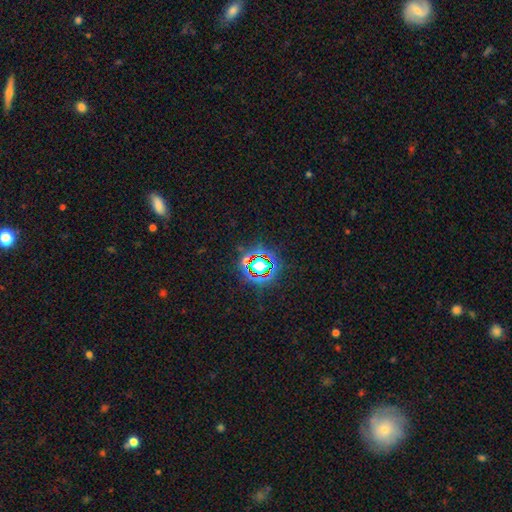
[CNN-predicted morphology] star or artifact 79%, smooth 13%, featured or disk 9%.